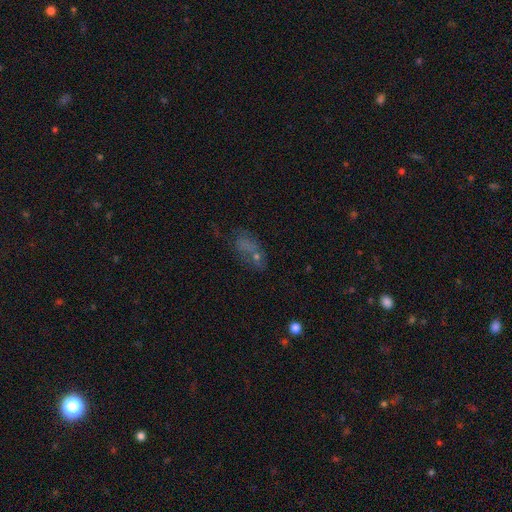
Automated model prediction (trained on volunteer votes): The model was most divided on "merging": none: 45%, major disturbance: 22%, minor disturbance: 21%, merger: 13%. Remaining: smooth or featured — smooth (50%).